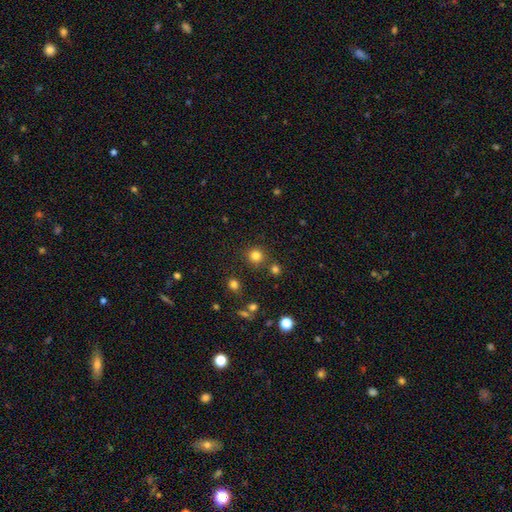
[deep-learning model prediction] A smooth galaxy with no disk features (80%) that is round (93%).

Vote fractions:
- Smooth or featured? smooth: 80% / star or artifact: 16% / featured or disk: 5%
- How rounded? round: 93% / in between: 6% / cigar-shaped: 1%
- Merging? none: 84% / minor disturbance: 7% / merger: 6% / major disturbance: 3%